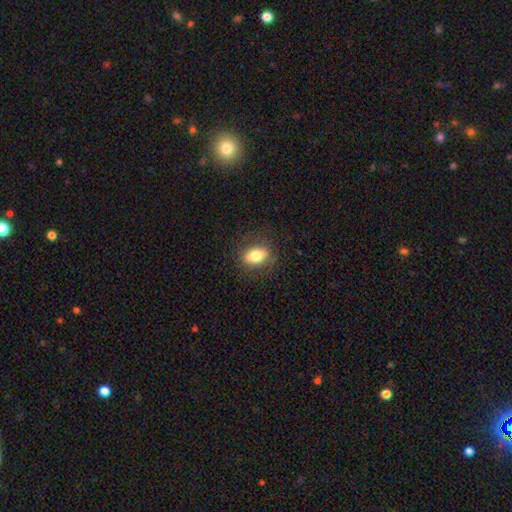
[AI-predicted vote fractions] Morphology: type=smooth (76%); roundness=in between (79%); merging=none (84%).